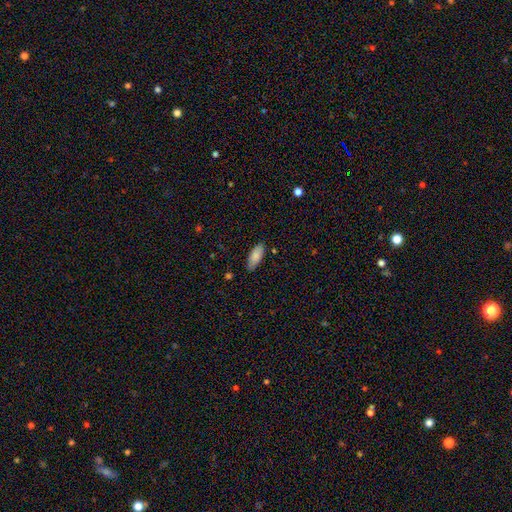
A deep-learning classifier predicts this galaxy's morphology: Overall: smooth (85%). How rounded: in between (76%). Merging: none (84%).